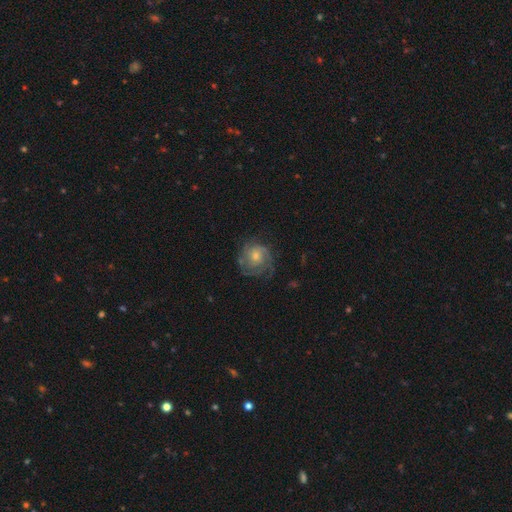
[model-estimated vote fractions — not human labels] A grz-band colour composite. It shows a featured or disk galaxy (67%) with no bar (76%), tight (54%) spiral arms (88%) and a moderate central bulge (51%). Merging: none (61%).